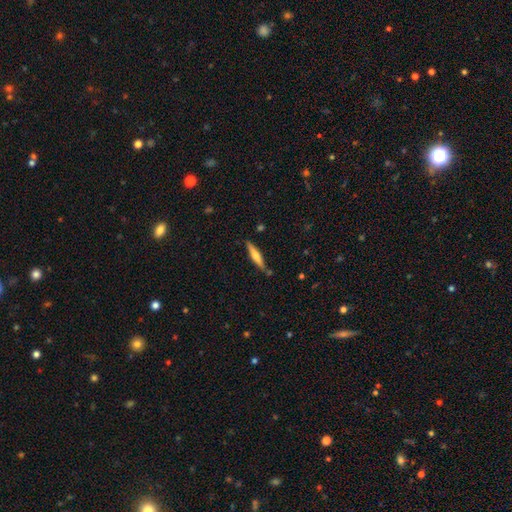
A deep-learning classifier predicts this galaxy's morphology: smooth 54%, featured or disk 40%, star or artifact 6%. Down the decision tree: how rounded — cigar-shaped (89%); merging — none (81%).